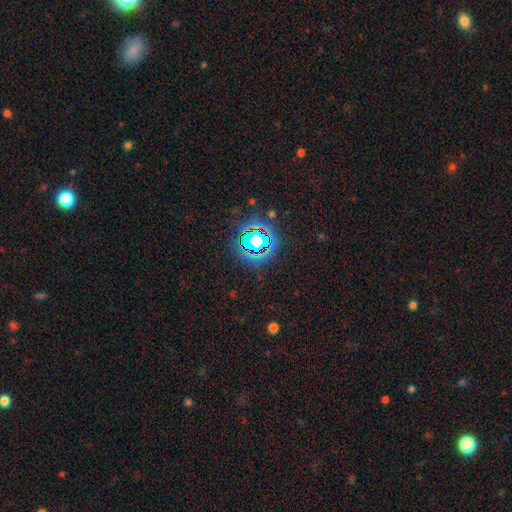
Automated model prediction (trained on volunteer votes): smooth-or-featured: star or artifact: 83% | smooth: 11% | featured or disk: 6%